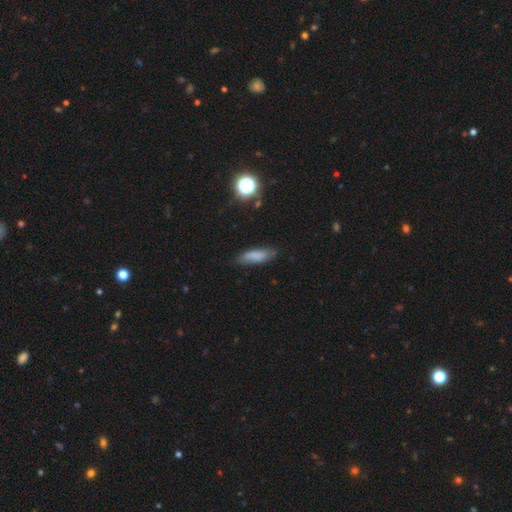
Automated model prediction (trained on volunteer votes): Smooth or featured: smooth — 80% (featured or disk — 11%)
How rounded: in between — 56% (cigar-shaped — 42%)
Merging: none — 77% (minor disturbance — 18%)